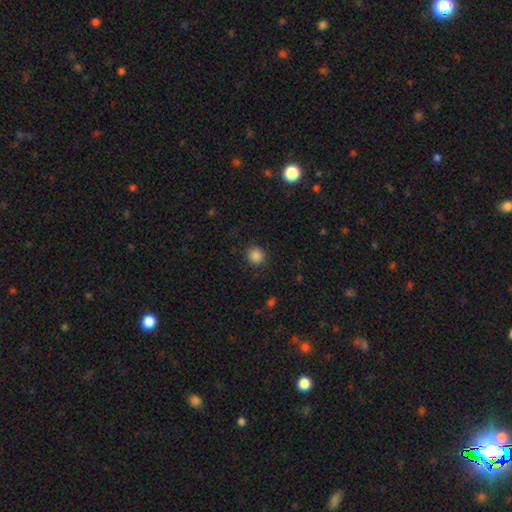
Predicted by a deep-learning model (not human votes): Q: Smooth or featured?
A: smooth (86%); runner-up: star or artifact (11%)
Q: How rounded?
A: round (89%); runner-up: in between (11%)
Q: Merging?
A: none (88%); runner-up: minor disturbance (8%)